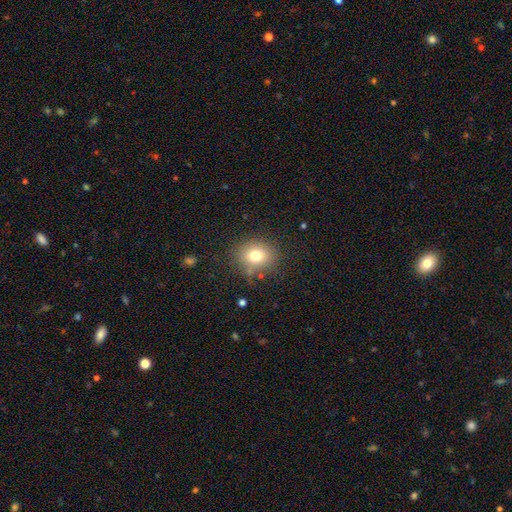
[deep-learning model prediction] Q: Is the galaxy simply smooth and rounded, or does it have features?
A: smooth — 76%.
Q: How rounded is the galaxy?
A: round — 68%.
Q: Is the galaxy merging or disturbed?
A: none — 82%.